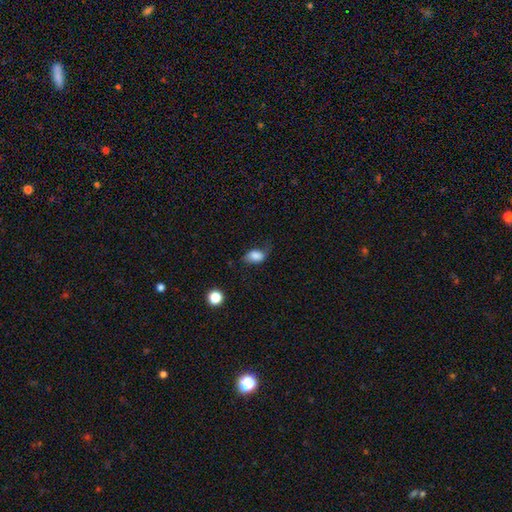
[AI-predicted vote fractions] The model was most divided on "merging": none: 50%, minor disturbance: 31%, major disturbance: 16%, merger: 2%. More confident: how rounded — in between (85%); smooth or featured — smooth (80%).